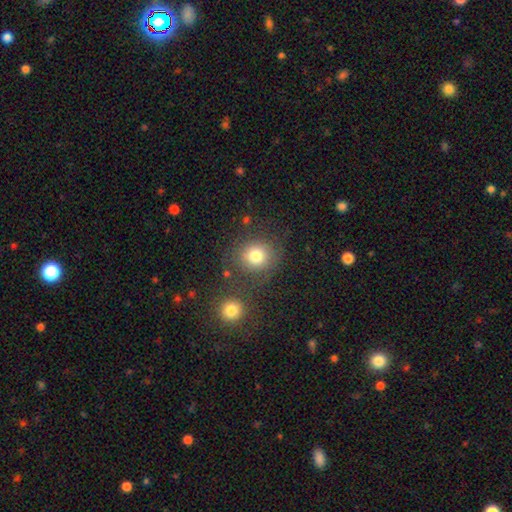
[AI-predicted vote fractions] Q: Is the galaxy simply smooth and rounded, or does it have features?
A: smooth — 79%.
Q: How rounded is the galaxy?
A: round — 84%.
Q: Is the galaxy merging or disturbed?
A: none — 72%.